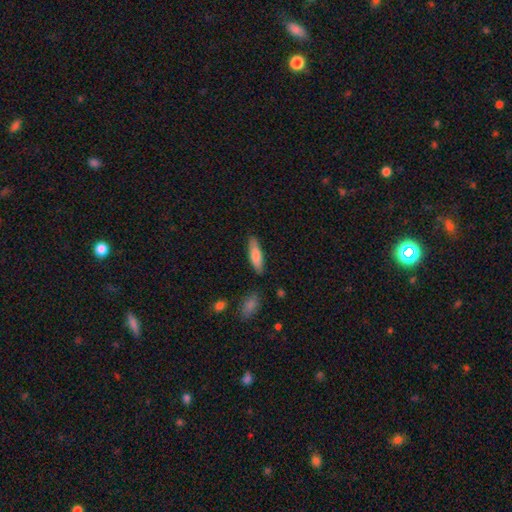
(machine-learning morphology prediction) A smooth galaxy with no disk features (78%) that is cigar-shaped (59%). Merging: none (83%).